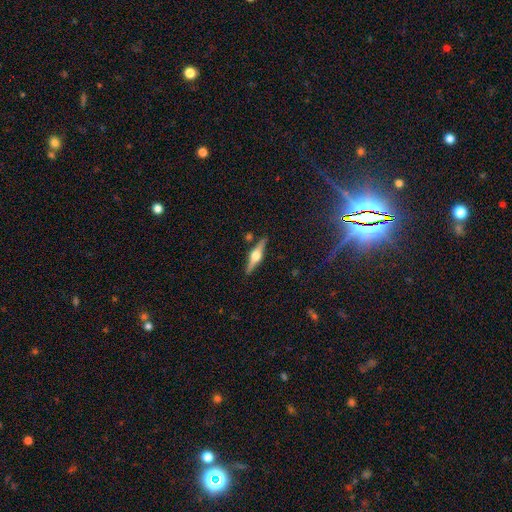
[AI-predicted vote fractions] Smooth or featured: featured or disk — 76% (smooth — 18%)
Edge-on disk: yes — 97% (no — 3%)
Edge-on bulge: rounded — 95% (boxy — 4%)
Merging: none — 88% (minor disturbance — 8%)